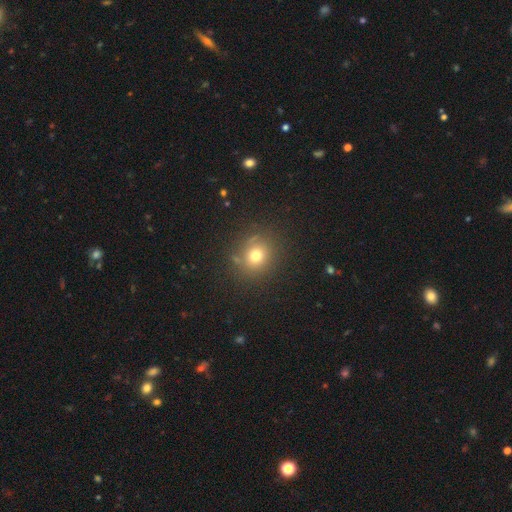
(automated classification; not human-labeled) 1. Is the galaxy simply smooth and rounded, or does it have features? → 72% smooth, 18% star or artifact, 10% featured or disk.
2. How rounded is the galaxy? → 84% round, 15% in between, 1% cigar-shaped.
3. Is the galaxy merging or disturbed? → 81% none, 12% minor disturbance, 4% major disturbance, 3% merger.